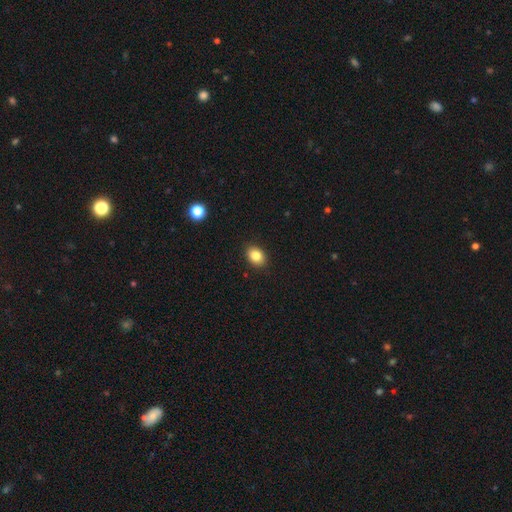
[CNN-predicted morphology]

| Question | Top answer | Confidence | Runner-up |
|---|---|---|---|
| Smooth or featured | smooth | 84% | star or artifact (10%) |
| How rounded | in between | 66% | round (33%) |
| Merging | none | 90% | minor disturbance (7%) |